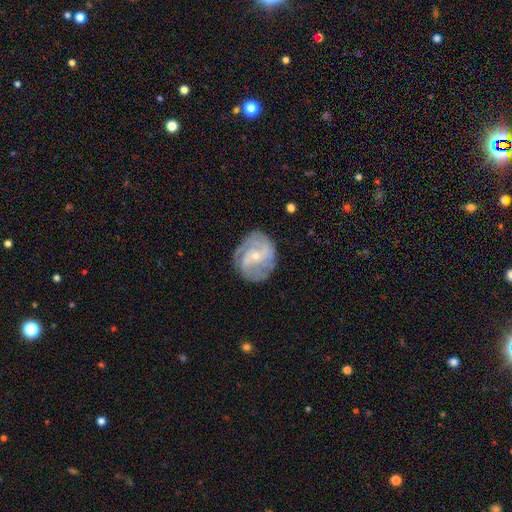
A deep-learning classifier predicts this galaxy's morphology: A featured or disk galaxy (80%) with no bar (53%), 2 (33%) tight (45%) spiral arms (93%) and a small central bulge (70%). Merging: none (75%).